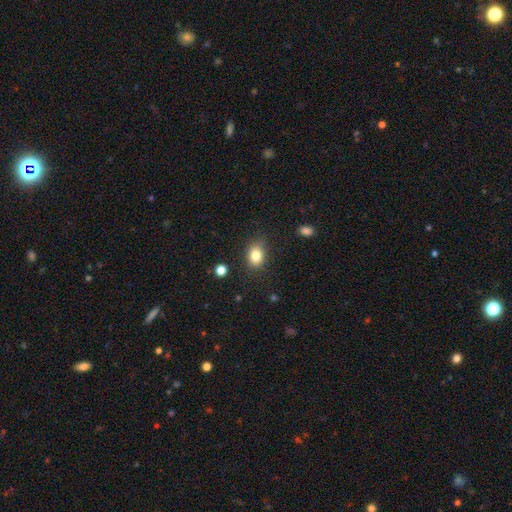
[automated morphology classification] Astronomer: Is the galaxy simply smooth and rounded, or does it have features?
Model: smooth — 82%.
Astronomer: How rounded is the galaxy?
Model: in between — 69%.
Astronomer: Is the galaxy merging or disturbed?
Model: none — 82%.